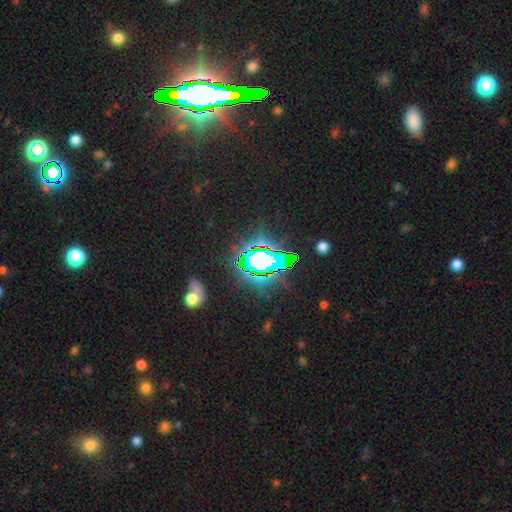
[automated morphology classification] This appears to be a star or artifact, not a galaxy (70%).